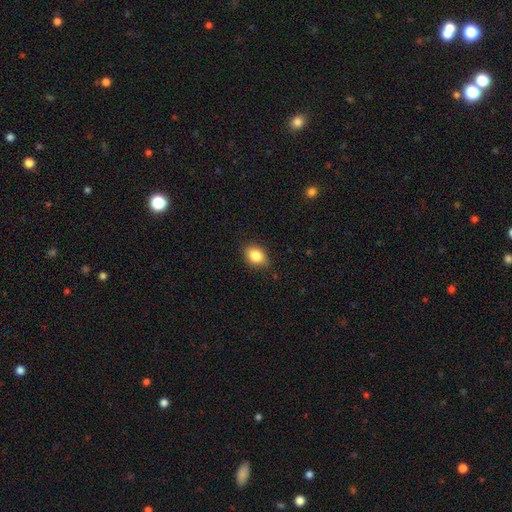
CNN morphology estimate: Smooth or featured? Predicted: smooth (p=0.83). How rounded? Predicted: in between (p=0.70). Merging? Predicted: none (p=0.81).